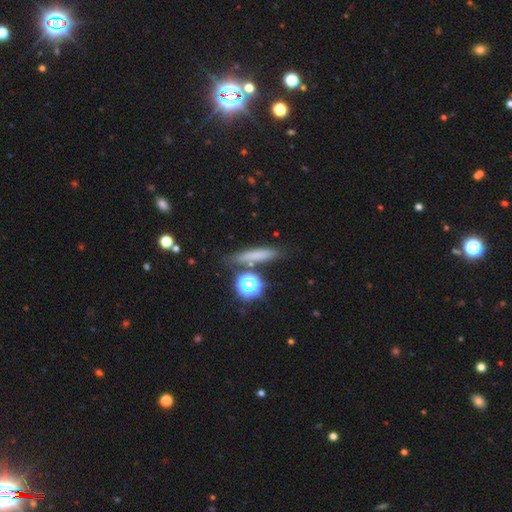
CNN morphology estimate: Smooth or featured?
  - smooth: 67% *
  - featured or disk: 19%
  - star or artifact: 14%
How rounded?
  - cigar-shaped: 75% *
  - in between: 13%
  - round: 13%
Merging?
  - none: 77% *
  - minor disturbance: 12%
  - merger: 7%
  - major disturbance: 4%